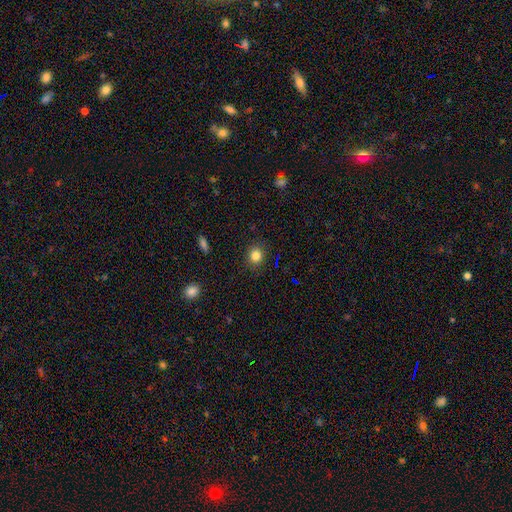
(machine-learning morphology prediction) Smooth or featured? Predicted: smooth (p=0.82). How rounded? Predicted: round (p=0.81). Merging? Predicted: none (p=0.88).